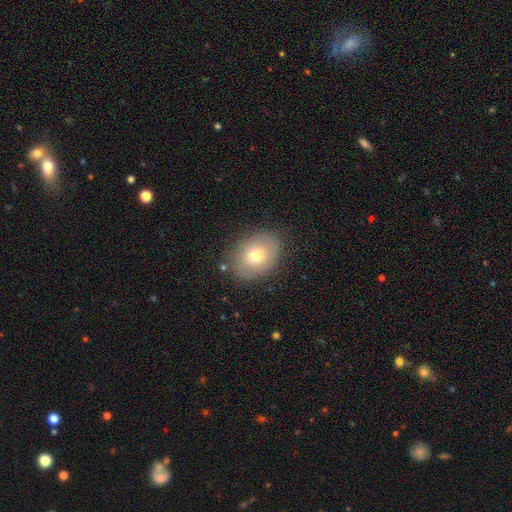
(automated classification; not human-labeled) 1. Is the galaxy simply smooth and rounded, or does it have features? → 68% smooth, 23% featured or disk, 9% star or artifact.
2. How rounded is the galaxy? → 67% in between, 32% round, 1% cigar-shaped.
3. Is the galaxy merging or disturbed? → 80% none, 15% minor disturbance, 4% major disturbance, 2% merger.